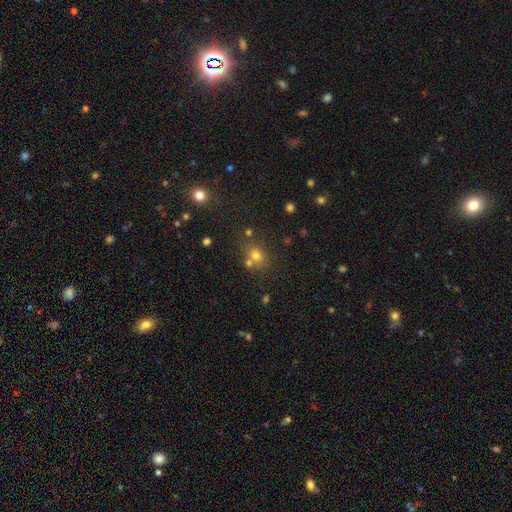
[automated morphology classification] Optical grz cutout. It shows a smooth galaxy with no disk features (67%) that is round (65%). Merging: none (60%).